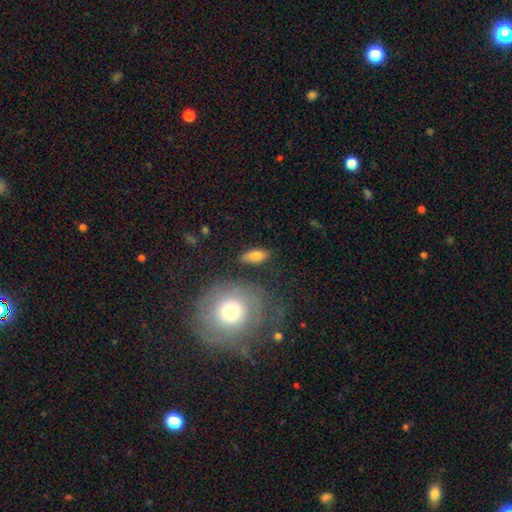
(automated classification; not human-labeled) A smooth galaxy with no disk features (79%) that is in between round and cigar-shaped (81%).

Vote fractions:
- Smooth or featured? smooth: 79% / featured or disk: 13% / star or artifact: 7%
- How rounded? in between: 81% / cigar-shaped: 14% / round: 5%
- Merging? none: 80% / minor disturbance: 12% / merger: 4% / major disturbance: 4%